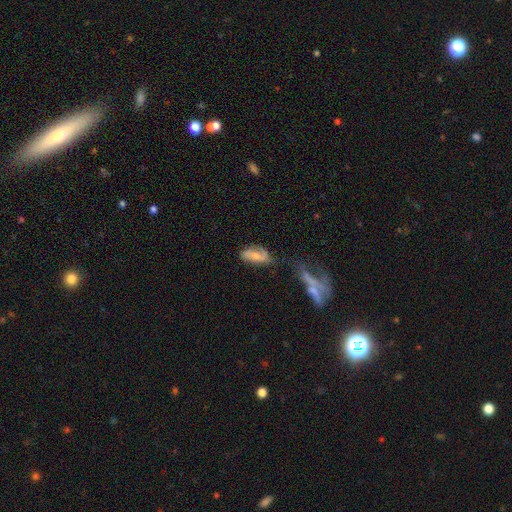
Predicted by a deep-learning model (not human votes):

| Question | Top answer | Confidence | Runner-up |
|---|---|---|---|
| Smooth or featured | featured or disk | 51% | smooth (41%) |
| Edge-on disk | no | 92% | yes (8%) |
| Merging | none | 54% | minor disturbance (27%) |